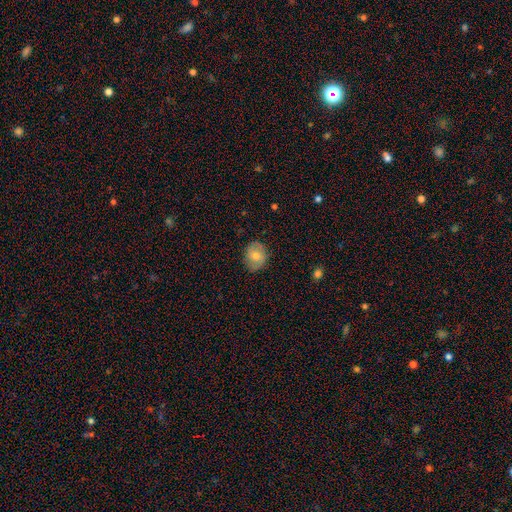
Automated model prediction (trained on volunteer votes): This is likely a smooth galaxy (62%). How rounded: possibly round (58%). Merging: clearly none (81%).